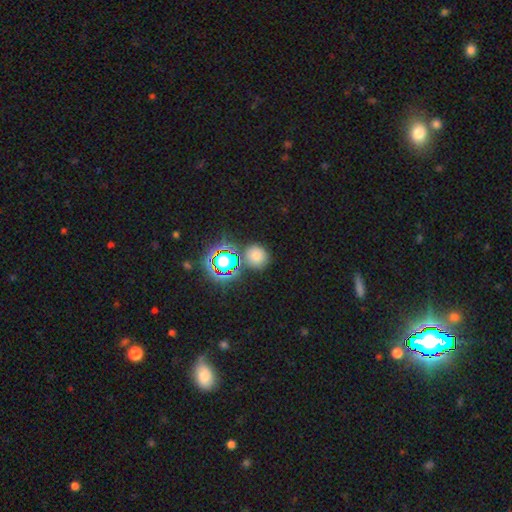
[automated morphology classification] A smooth galaxy with no disk features (66%) that is round (84%).

Vote fractions:
- Smooth or featured? smooth: 66% / star or artifact: 26% / featured or disk: 8%
- How rounded? round: 84% / in between: 15% / cigar-shaped: 1%
- Merging? none: 78% / minor disturbance: 11% / merger: 7% / major disturbance: 4%